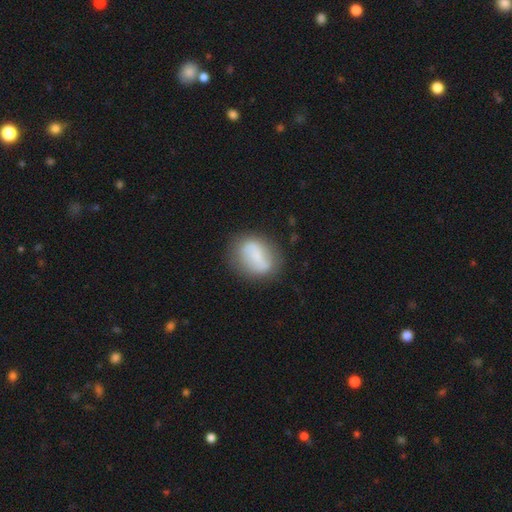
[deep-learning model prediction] The model was most divided on "smooth or featured": smooth: 56%, featured or disk: 36%, star or artifact: 8%. More confident: merging — none (70%); how rounded — in between (62%).